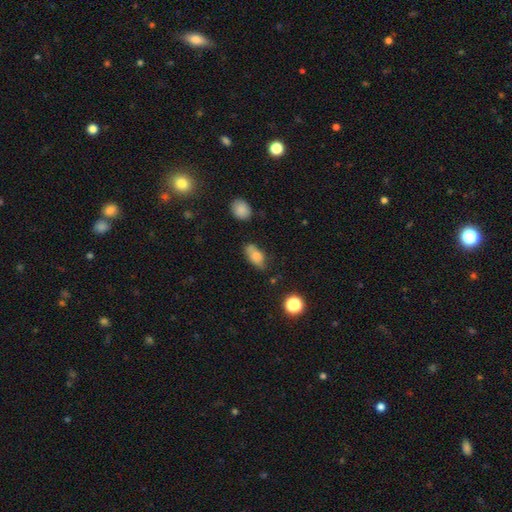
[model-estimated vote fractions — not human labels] A smooth galaxy with no disk features (75%) that is in between round and cigar-shaped (83%). Merging: none (55%).